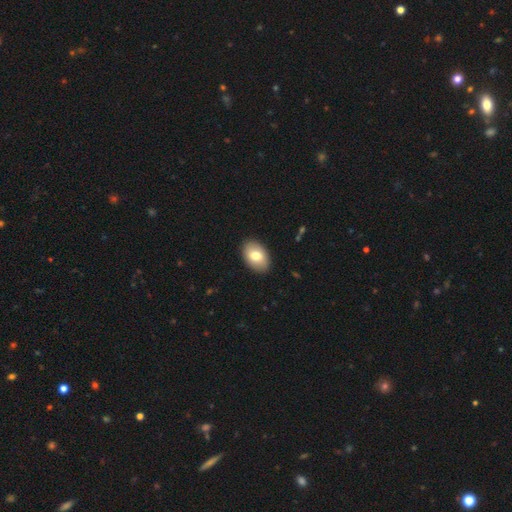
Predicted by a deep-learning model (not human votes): Morphology: type=smooth (76%); roundness=in between (89%); merging=none (90%).